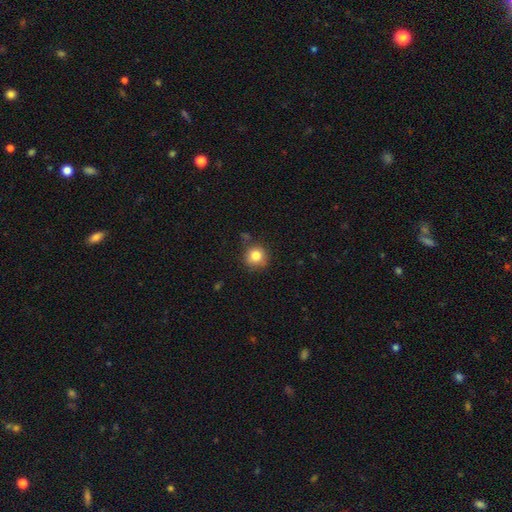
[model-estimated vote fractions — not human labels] Morphology: type=smooth (82%); roundness=round (92%); merging=none (81%).